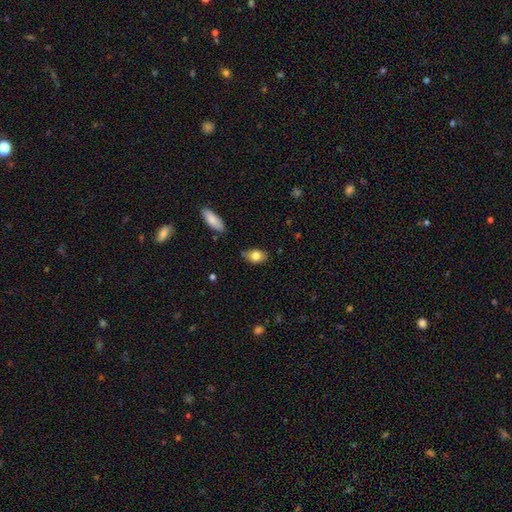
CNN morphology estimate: A smooth galaxy with no disk features (79%) that is in between round and cigar-shaped (86%). Merging: none (74%).